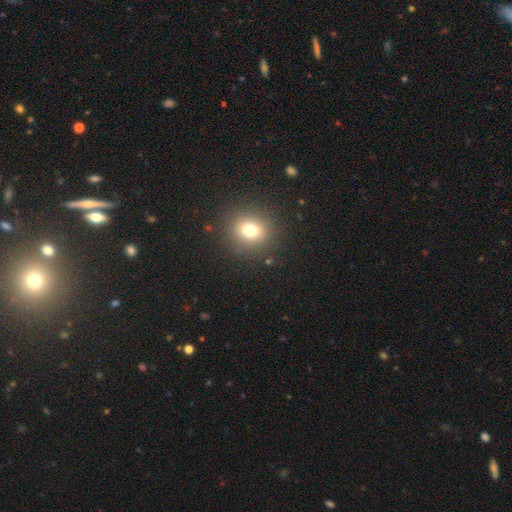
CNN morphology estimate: smooth-or-featured: smooth: 55% | star or artifact: 37% | featured or disk: 8%
  how-rounded: round: 92% | in between: 7% | cigar-shaped: 1%
  merging: none: 92% | minor disturbance: 5% | major disturbance: 2% | merger: 2%